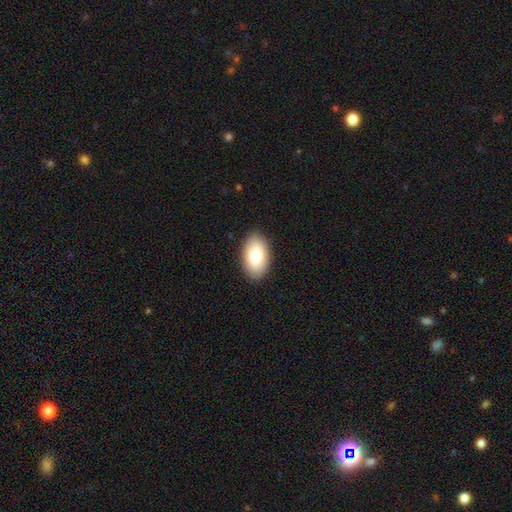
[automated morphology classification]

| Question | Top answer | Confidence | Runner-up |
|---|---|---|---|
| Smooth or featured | smooth | 81% | featured or disk (12%) |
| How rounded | in between | 94% | round (5%) |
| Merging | none | 89% | minor disturbance (8%) |